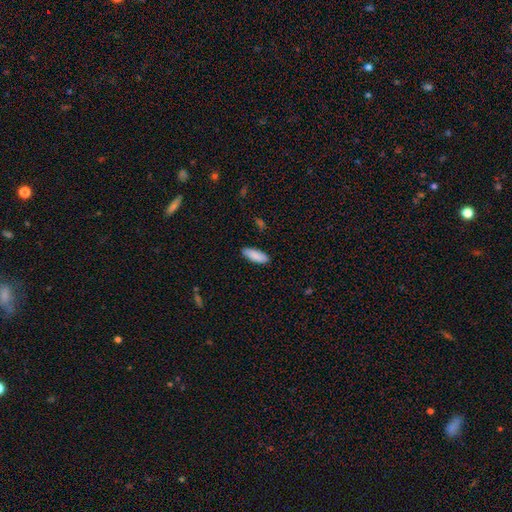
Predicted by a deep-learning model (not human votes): smooth_or_featured: smooth (p=0.88) [alt: featured or disk p=0.06]
how_rounded: in between (p=0.72) [alt: cigar-shaped p=0.26]
merging: none (p=0.86) [alt: minor disturbance p=0.11]